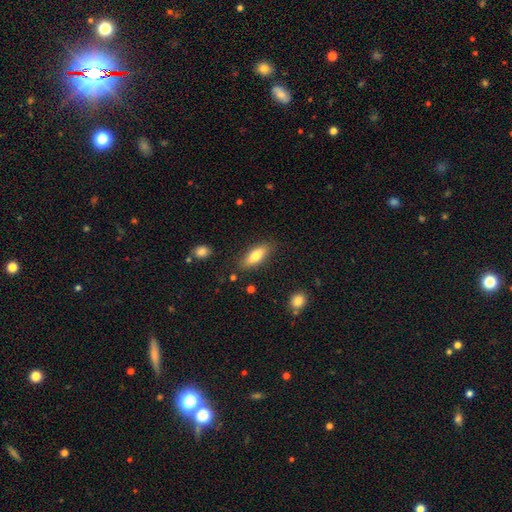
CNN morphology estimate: Smooth or featured?
  - smooth: 76% *
  - featured or disk: 17%
  - star or artifact: 7%
How rounded?
  - in between: 71% *
  - cigar-shaped: 27%
  - round: 2%
Merging?
  - none: 83% *
  - minor disturbance: 12%
  - major disturbance: 3%
  - merger: 2%